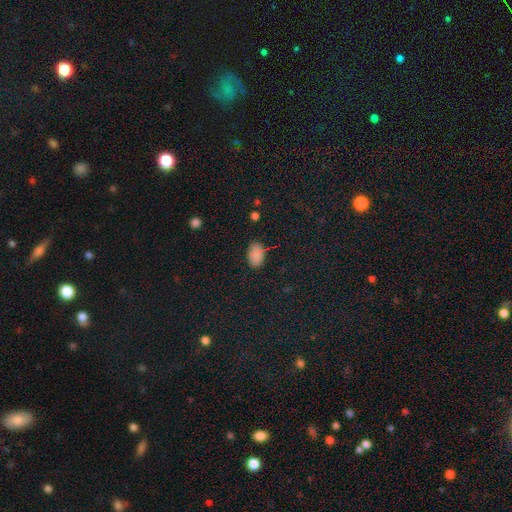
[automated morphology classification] A smooth galaxy with no disk features (79%) that is in between round and cigar-shaped (90%).

Vote fractions:
- Smooth or featured? smooth: 79% / star or artifact: 16% / featured or disk: 6%
- How rounded? in between: 90% / round: 9% / cigar-shaped: 1%
- Merging? none: 71% / minor disturbance: 21% / major disturbance: 5% / merger: 3%